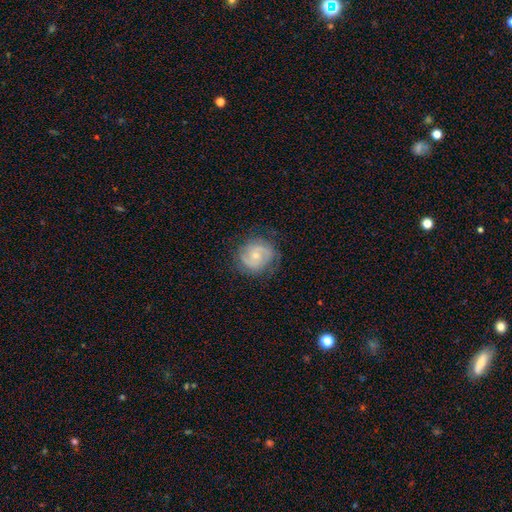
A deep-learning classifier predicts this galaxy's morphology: type=featured or disk (69%); edge-on=no (98%); bar=no (66%); spiral arms=yes (87%); winding=tight (48%); arm count=2 (65%); bulge=small (58%); merging=none (74%).